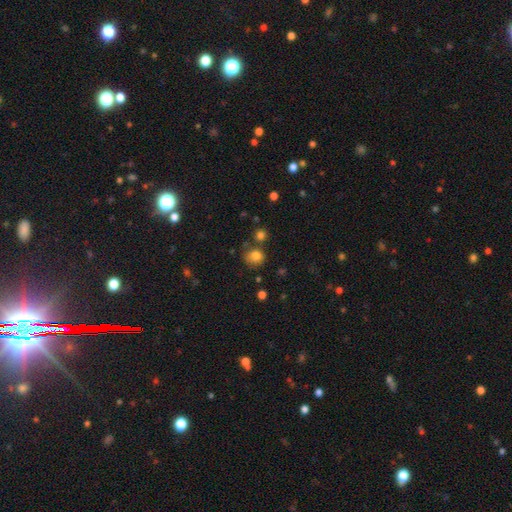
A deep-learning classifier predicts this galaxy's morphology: A smooth galaxy with no disk features (80%) that is round (80%). Merging: none (66%).